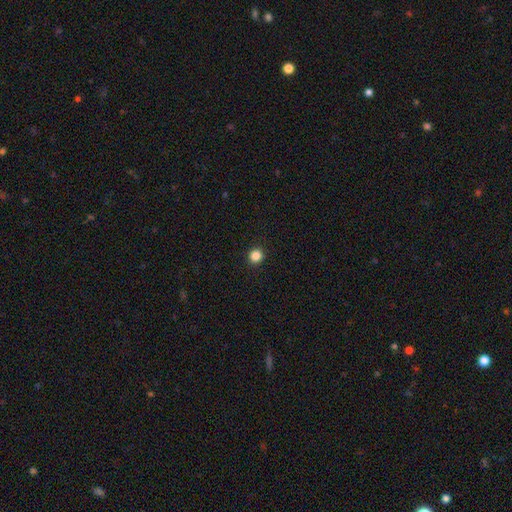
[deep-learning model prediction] smooth-or-featured: smooth: 85% | star or artifact: 12% | featured or disk: 3%
  how-rounded: round: 91% | in between: 8% | cigar-shaped: 1%
  merging: none: 93% | minor disturbance: 5% | major disturbance: 2% | merger: 1%